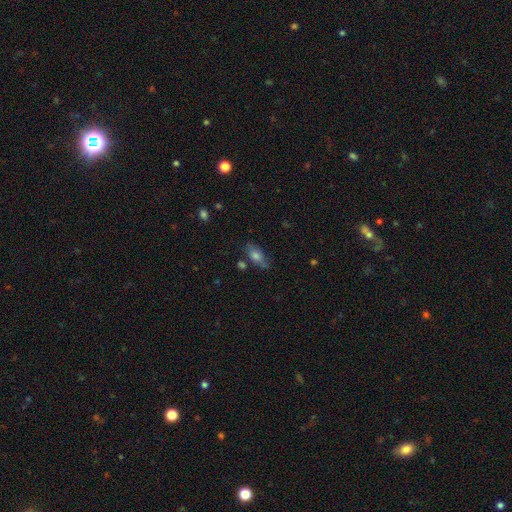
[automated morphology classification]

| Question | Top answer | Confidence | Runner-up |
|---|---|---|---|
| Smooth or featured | smooth | 64% | featured or disk (25%) |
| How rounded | in between | 78% | cigar-shaped (17%) |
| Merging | none | 65% | minor disturbance (22%) |